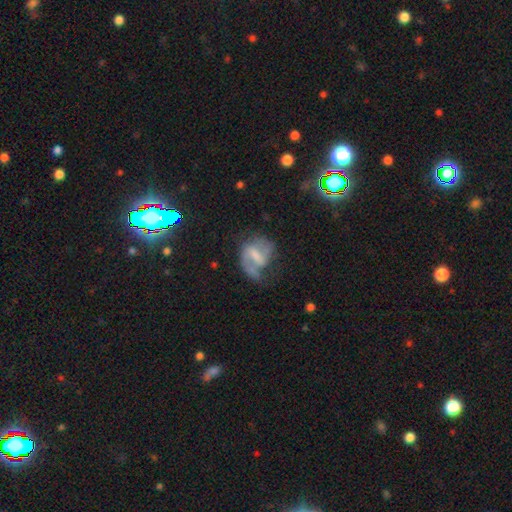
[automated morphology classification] This is likely a featured or disk galaxy (71%). It is clearly not viewed edge-on (97%). Bar: possibly weak (47%). Spiral arm pattern: clearly yes (84%). Spiral arm count: likely 2 (69%). Spiral winding: possibly medium (48%). Central bulge: marginally moderate (31%). Merging: possibly none (46%).